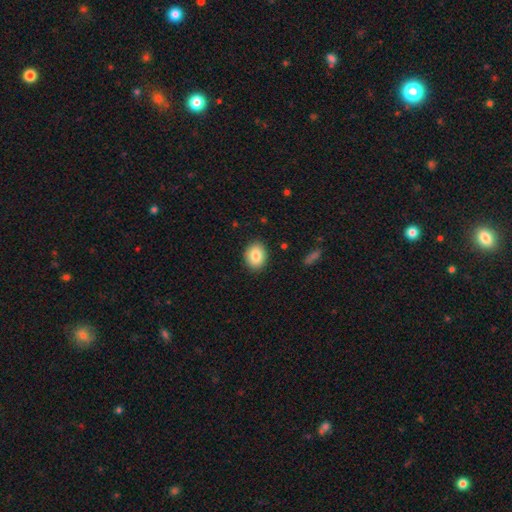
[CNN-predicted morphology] Overall: smooth (84%). How rounded: in between (57%; round 42%). Merging: none (89%).